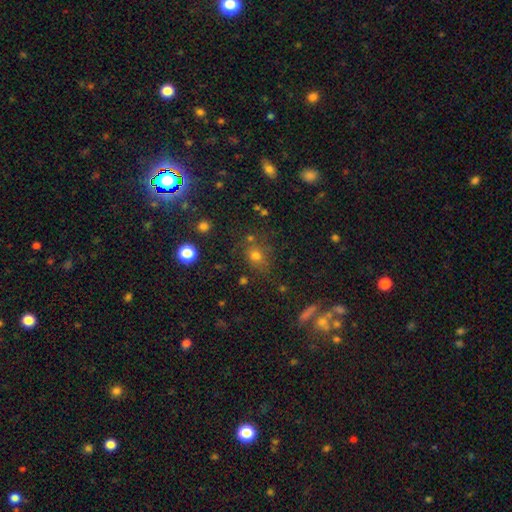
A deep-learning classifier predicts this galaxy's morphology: Smooth or featured?
  - smooth: 68% *
  - star or artifact: 22%
  - featured or disk: 10%
How rounded?
  - round: 66% *
  - in between: 32%
  - cigar-shaped: 2%
Merging?
  - none: 72% *
  - minor disturbance: 15%
  - merger: 7%
  - major disturbance: 6%